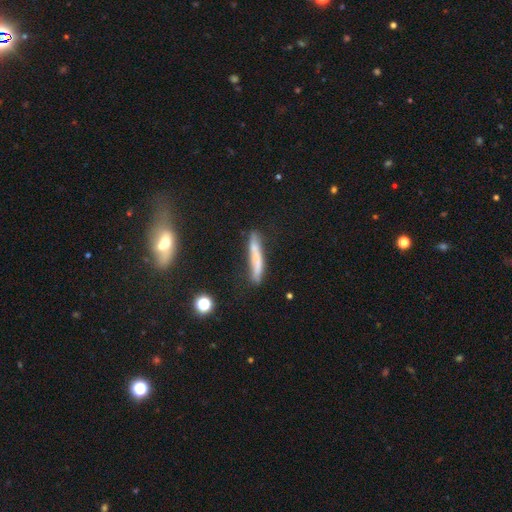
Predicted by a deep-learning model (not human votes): smooth-or-featured: smooth: 57% | featured or disk: 34% | star or artifact: 9%
  how-rounded: cigar-shaped: 94% | in between: 5% | round: 2%
  merging: none: 67% | minor disturbance: 22% | major disturbance: 6% | merger: 5%